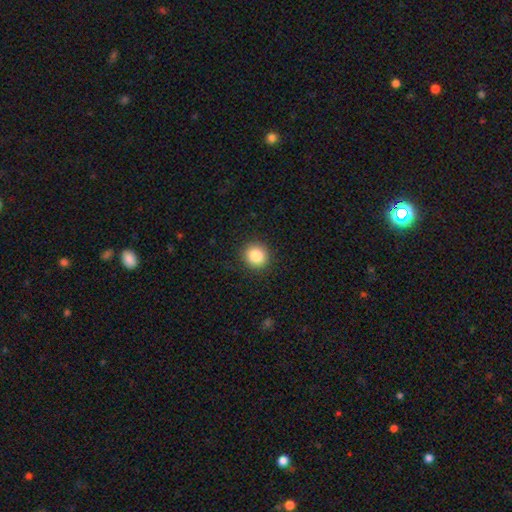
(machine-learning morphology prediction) Smooth or featured?
  - smooth: 86% *
  - star or artifact: 9%
  - featured or disk: 5%
How rounded?
  - round: 89% *
  - in between: 10%
  - cigar-shaped: 1%
Merging?
  - none: 91% *
  - minor disturbance: 6%
  - major disturbance: 2%
  - merger: 1%